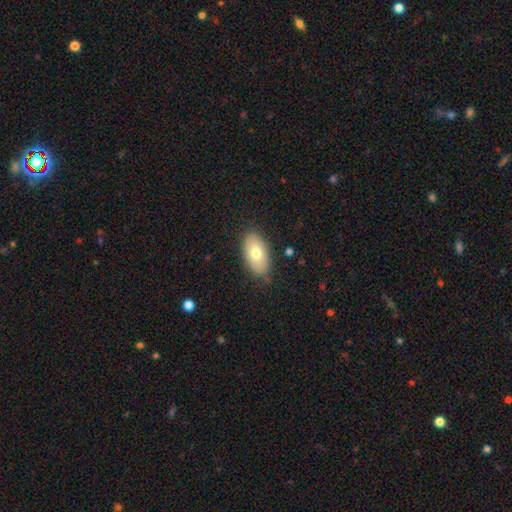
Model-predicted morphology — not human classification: The model was most divided on "smooth or featured": smooth: 76%, featured or disk: 18%, star or artifact: 7%. More confident: how rounded — in between (94%); merging — none (83%).